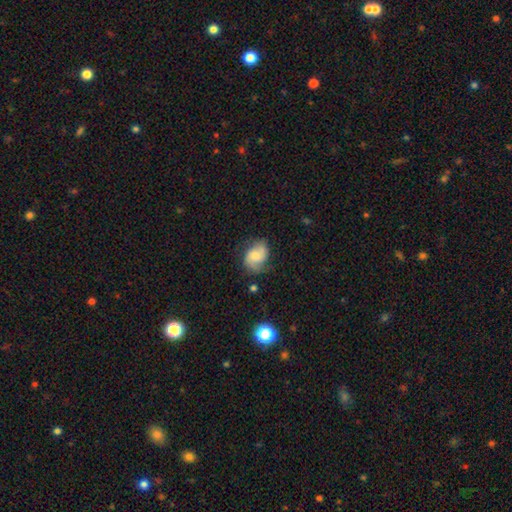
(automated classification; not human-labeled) A featured or disk galaxy (53%) with no bar (64%), spiral arms (89%) and a moderate central bulge (43%).

Vote fractions:
- Smooth or featured? featured or disk: 53% / smooth: 38% / star or artifact: 8%
- Edge-on disk? no: 97% / yes: 3%
- Bar? no: 64% / weak: 31% / strong: 6%
- Spiral arms? yes: 89% / no: 11%
- Bulge size? moderate: 43% / small: 42% / none: 8% / large: 6% / dominant: 2%
- Merging? none: 63% / minor disturbance: 25% / major disturbance: 10% / merger: 2%